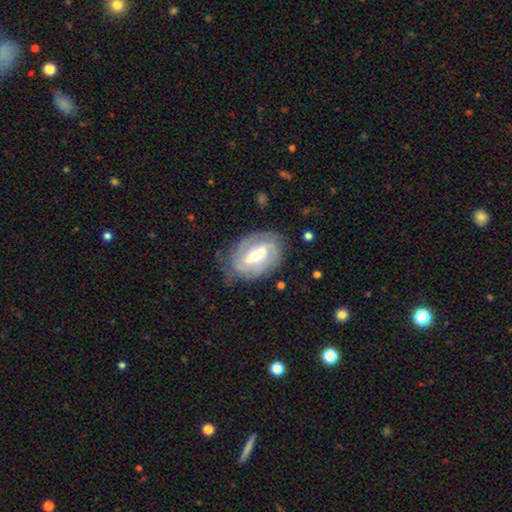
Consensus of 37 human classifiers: A featured or disk galaxy (89%) with a weak bar (56%), tight (52%) spiral arms (91%) and a moderate central bulge (72%).

Vote fractions:
- Smooth or featured? featured or disk: 89% / smooth: 8% / star or artifact: 3%
- Edge-on disk? no: 97% / yes: 3%
- Bar? weak: 56% / strong: 28% / no: 16%
- Spiral arms? yes: 91% / no: 9%
- Spiral winding? tight: 52% / medium: 28% / loose: 21%
- Spiral arm count? can't tell: 34% / 3: 28% / 2: 24% / 4: 10% / 1: 3% / more than 4: 0%
- Bulge size? moderate: 72% / small: 28% / dominant: 0% / large: 0% / none: 0%
- Merging? none: 81% / minor disturbance: 17% / major disturbance: 3% / merger: 0%